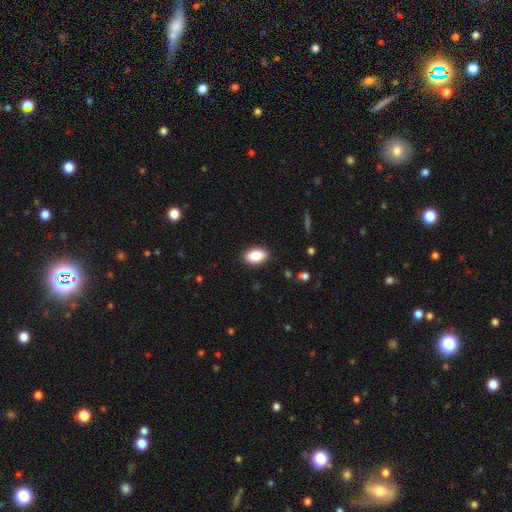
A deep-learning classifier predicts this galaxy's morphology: Smooth or featured: smooth — 85% (star or artifact — 8%)
How rounded: in between — 90% (round — 8%)
Merging: none — 90% (minor disturbance — 8%)